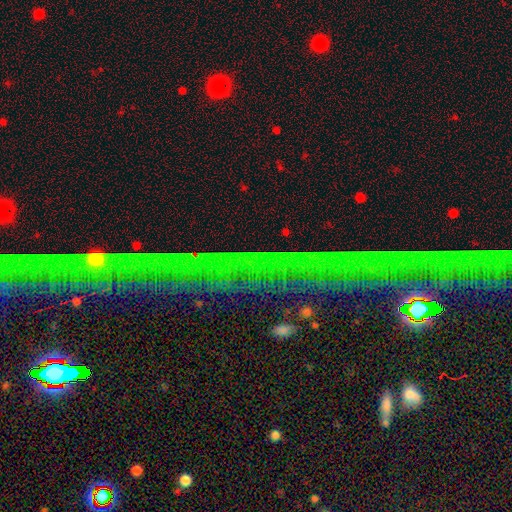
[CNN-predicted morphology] The model was most divided on "smooth or featured": star or artifact: 81%, featured or disk: 11%, smooth: 9%.